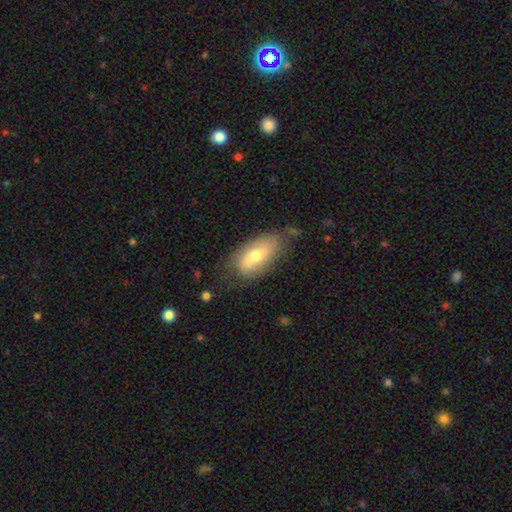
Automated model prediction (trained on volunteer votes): This appears to be a smooth galaxy with no disk features (50%). Merging: none (66%).